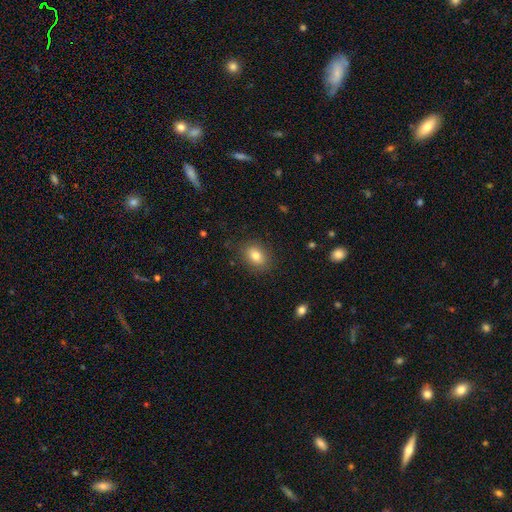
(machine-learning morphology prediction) A smooth galaxy with no disk features (80%) that is in between round and cigar-shaped (67%). Merging: none (86%).